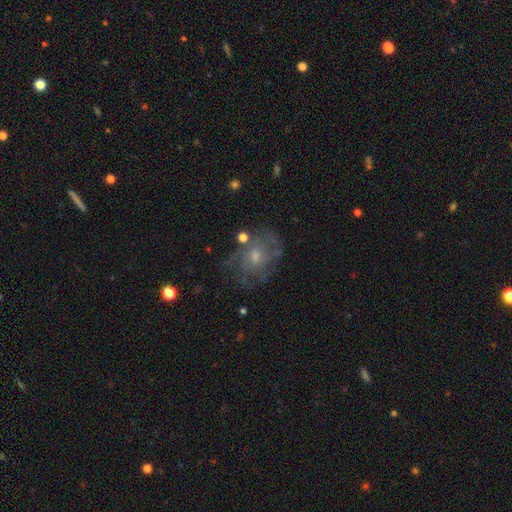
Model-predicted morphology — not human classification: This is likely a featured or disk galaxy (67%). It is clearly not viewed edge-on (97%). Bar: likely no (76%). Spiral arm pattern: likely yes (74%). Central bulge: possibly small (49%). Merging: possibly none (59%).